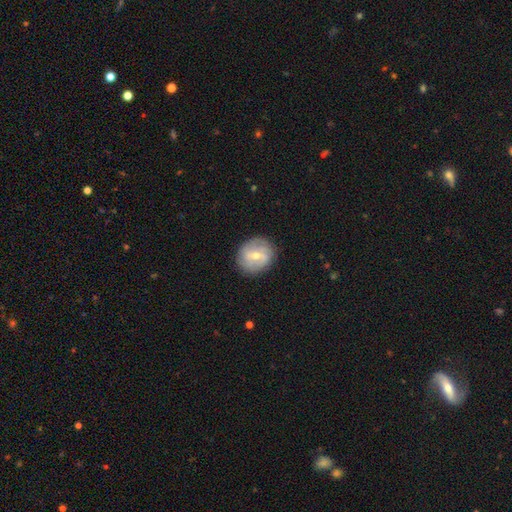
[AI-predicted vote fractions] Smooth or featured: featured or disk — 66% (smooth — 26%)
Edge-on disk: no — 96% (yes — 4%)
Bar: weak — 51% (no — 28%)
Spiral arms: yes — 79% (no — 21%)
Bulge size: moderate — 54% (small — 42%)
Merging: none — 84% (minor disturbance — 12%)